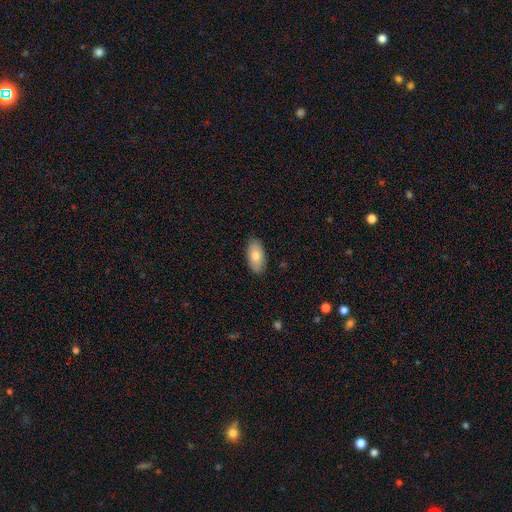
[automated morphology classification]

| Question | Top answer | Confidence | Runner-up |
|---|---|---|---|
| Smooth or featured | smooth | 76% | featured or disk (18%) |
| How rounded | in between | 93% | cigar-shaped (3%) |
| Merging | none | 87% | minor disturbance (10%) |